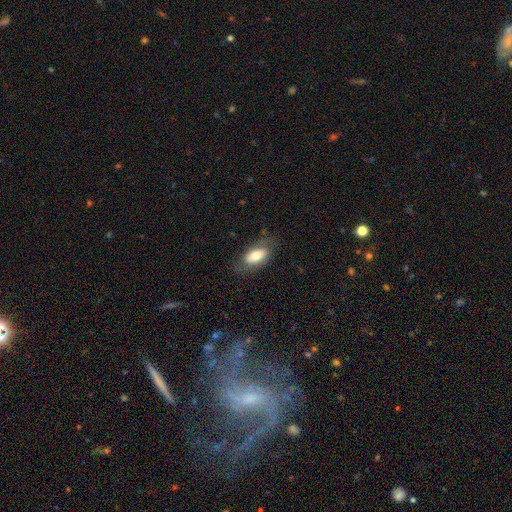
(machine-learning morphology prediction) Q: Smooth or featured?
A: smooth (70%); runner-up: featured or disk (23%)
Q: How rounded?
A: in between (89%); runner-up: cigar-shaped (7%)
Q: Merging?
A: none (74%); runner-up: minor disturbance (18%)